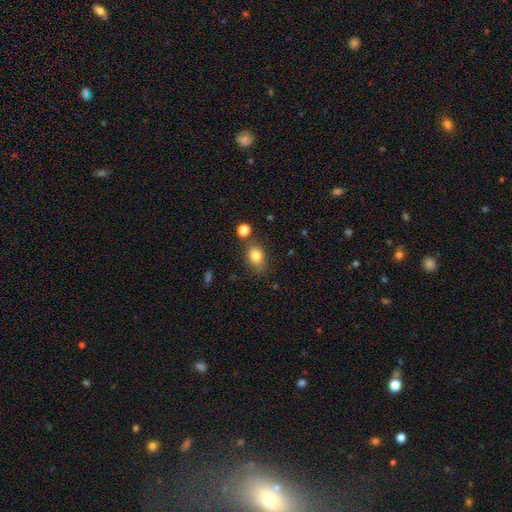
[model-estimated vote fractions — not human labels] Overall: smooth (81%). How rounded: in between (63%; round 36%). Merging: none (71%).